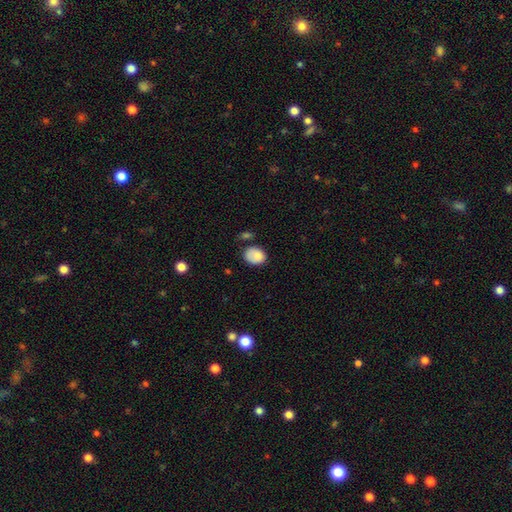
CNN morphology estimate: This is clearly a smooth galaxy (82%). How rounded: possibly in between (54%). Merging: possibly none (59%).